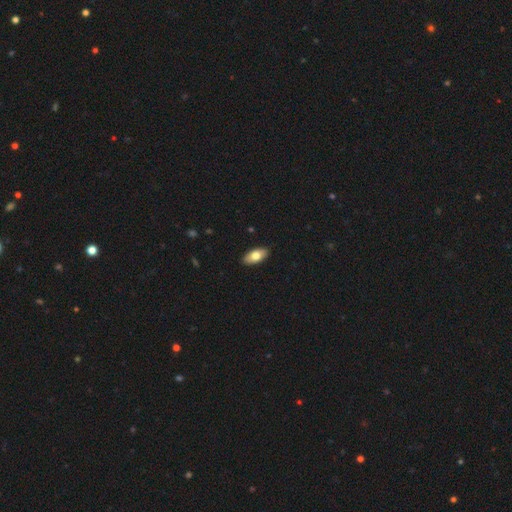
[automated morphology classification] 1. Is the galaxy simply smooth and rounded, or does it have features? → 75% smooth, 19% featured or disk, 6% star or artifact.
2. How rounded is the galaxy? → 91% in between, 6% cigar-shaped, 3% round.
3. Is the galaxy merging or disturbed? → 90% none, 7% minor disturbance, 2% major disturbance, 1% merger.